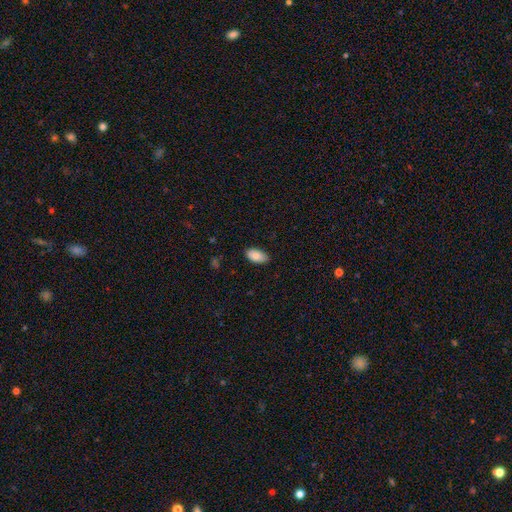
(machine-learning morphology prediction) Smooth or featured? Predicted: smooth (p=0.84). How rounded? Predicted: in between (p=0.95). Merging? Predicted: none (p=0.85).